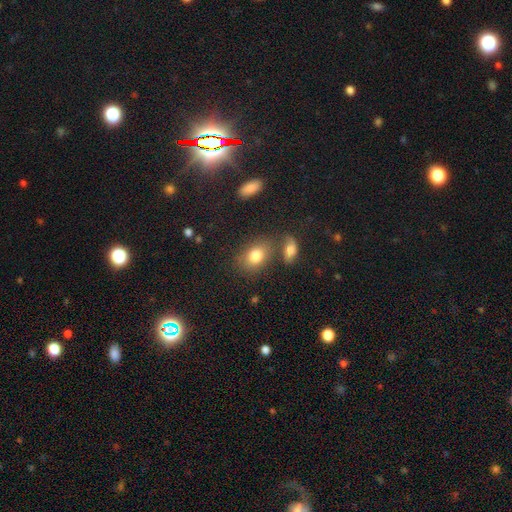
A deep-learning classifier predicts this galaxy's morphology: Smooth or featured?
  - smooth: 81% *
  - featured or disk: 10%
  - star or artifact: 9%
How rounded?
  - in between: 77% *
  - round: 21%
  - cigar-shaped: 2%
Merging?
  - none: 65% *
  - merger: 15%
  - minor disturbance: 14%
  - major disturbance: 5%